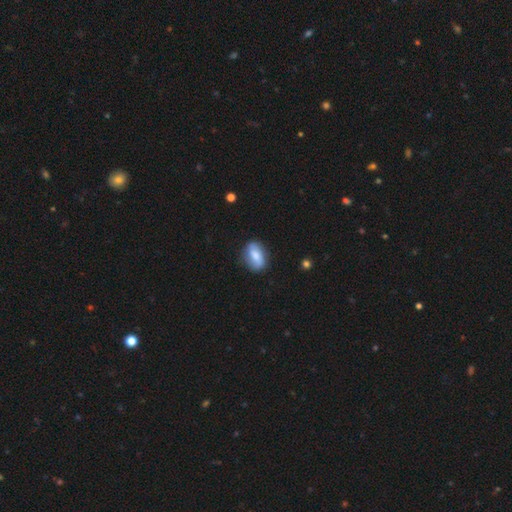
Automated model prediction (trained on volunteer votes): smooth_or_featured: smooth (p=0.62) [alt: featured or disk p=0.31]
how_rounded: in between (p=0.82) [alt: round p=0.13]
merging: none (p=0.77) [alt: minor disturbance p=0.17]